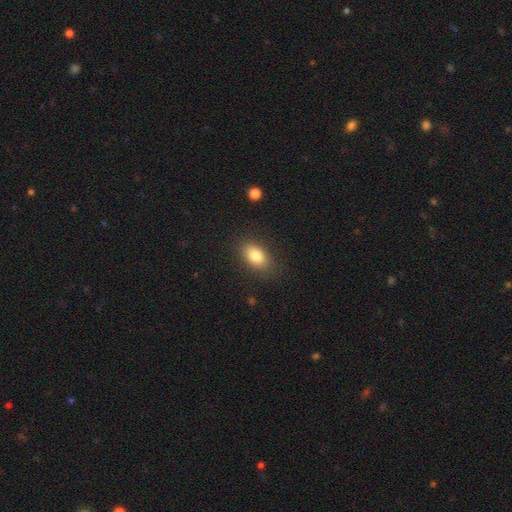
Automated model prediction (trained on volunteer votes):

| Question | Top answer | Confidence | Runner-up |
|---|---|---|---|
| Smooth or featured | smooth | 81% | featured or disk (10%) |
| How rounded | in between | 86% | round (11%) |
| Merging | none | 85% | minor disturbance (11%) |